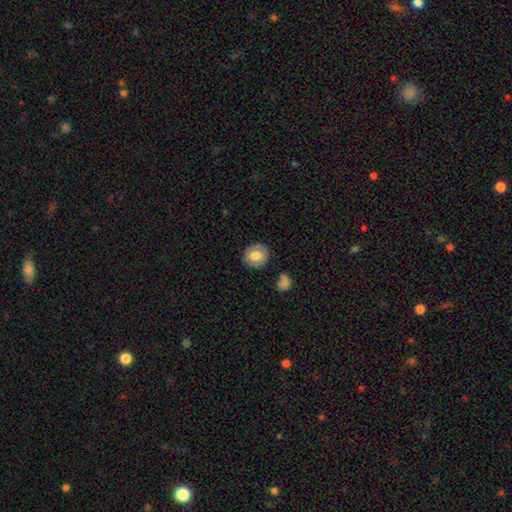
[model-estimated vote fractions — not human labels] A smooth galaxy with no disk features (72%) that is round (81%). Merging: none (84%).